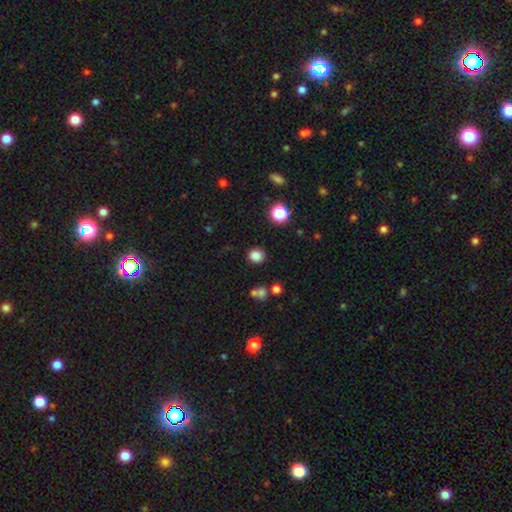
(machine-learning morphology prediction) This is clearly a smooth galaxy (82%). How rounded: clearly round (85%). Merging: clearly none (86%).